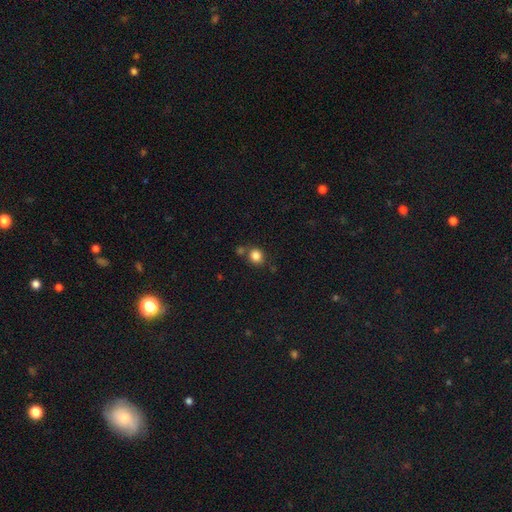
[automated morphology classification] smooth_or_featured: smooth (p=0.84) [alt: star or artifact p=0.11]
how_rounded: round (p=0.76) [alt: in between p=0.23]
merging: none (p=0.71) [alt: merger p=0.14]